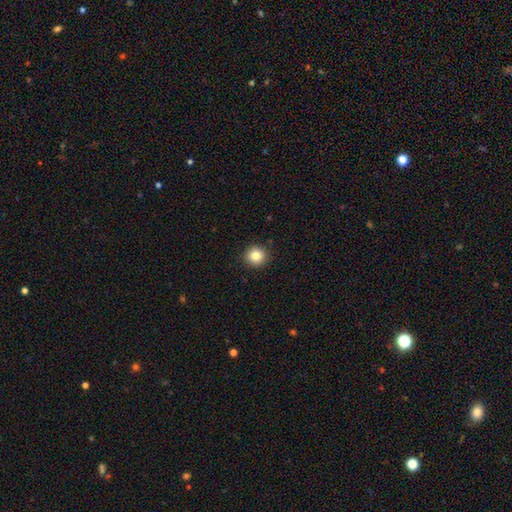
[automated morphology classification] A smooth galaxy with no disk features (83%) that is round (92%).

Vote fractions:
- Smooth or featured? smooth: 83% / star or artifact: 10% / featured or disk: 6%
- How rounded? round: 92% / in between: 7% / cigar-shaped: 1%
- Merging? none: 92% / minor disturbance: 6% / major disturbance: 2% / merger: 1%